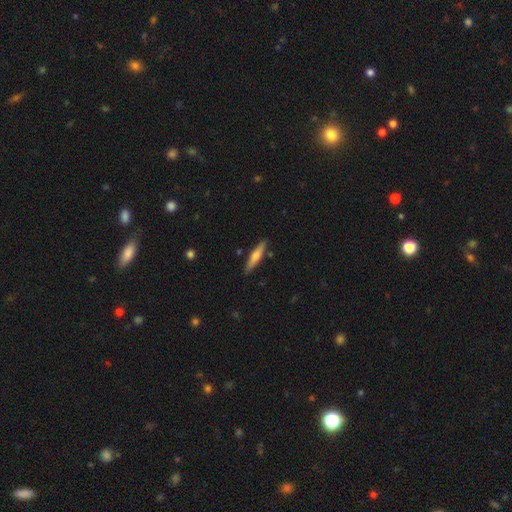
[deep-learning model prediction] Smooth or featured?
  - smooth: 59% *
  - featured or disk: 36%
  - star or artifact: 6%
How rounded?
  - cigar-shaped: 85% *
  - in between: 14%
  - round: 2%
Merging?
  - none: 87% *
  - minor disturbance: 9%
  - merger: 2%
  - major disturbance: 2%